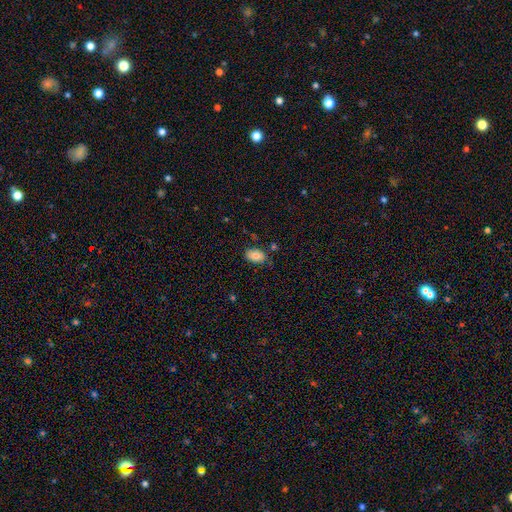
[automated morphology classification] This appears to be a smooth galaxy with no disk features (82%) that is in between round and cigar-shaped (89%). Merging: none (76%).